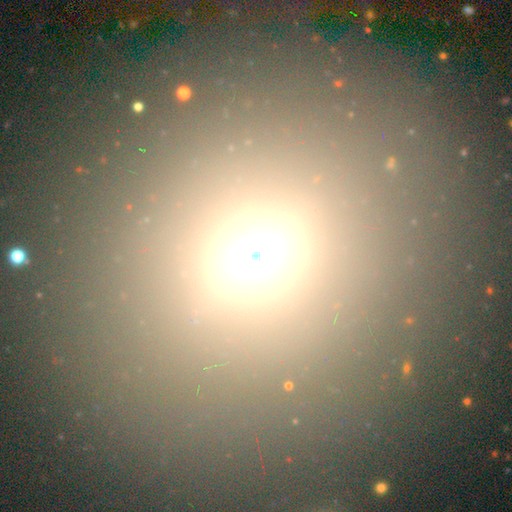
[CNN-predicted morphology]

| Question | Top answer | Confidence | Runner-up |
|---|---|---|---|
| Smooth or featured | smooth | 57% | star or artifact (26%) |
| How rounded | round | 60% | in between (36%) |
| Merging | none | 79% | minor disturbance (10%) |